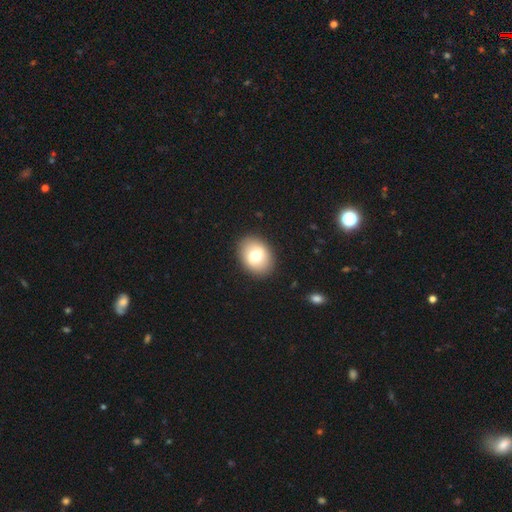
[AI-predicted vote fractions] Morphology: type=smooth (73%); roundness=in between (66%); merging=none (90%).